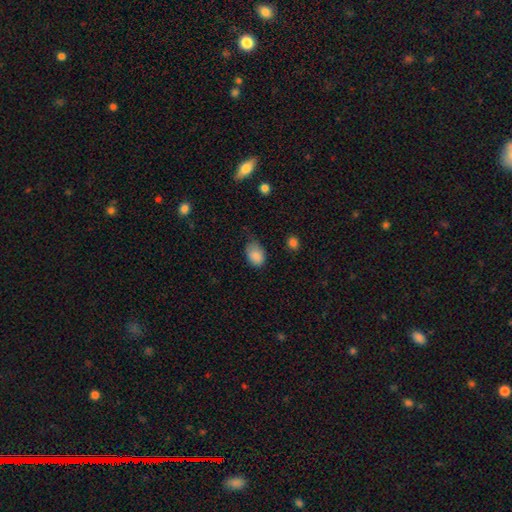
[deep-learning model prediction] smooth_or_featured: smooth (p=0.86) [alt: star or artifact p=0.08]
how_rounded: in between (p=0.77) [alt: round p=0.22]
merging: none (p=0.46) [alt: minor disturbance p=0.41]